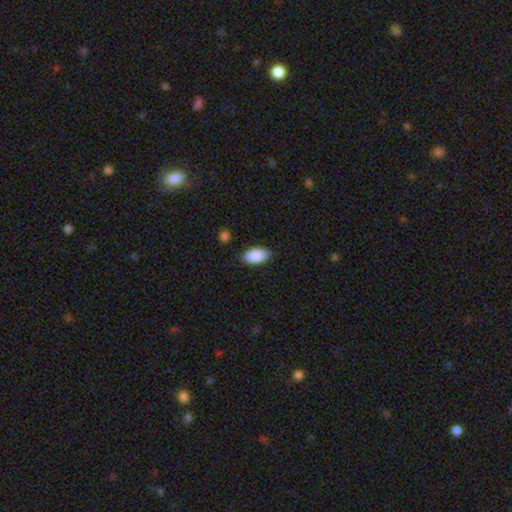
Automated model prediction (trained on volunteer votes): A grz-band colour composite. It shows a smooth galaxy with no disk features (89%) that is in between round and cigar-shaped (94%). Merging: none (82%).